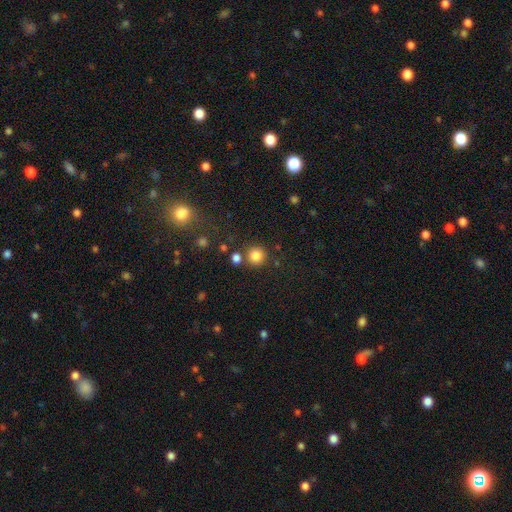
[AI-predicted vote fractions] Morphology: type=smooth (83%); roundness=round (93%); merging=none (81%).